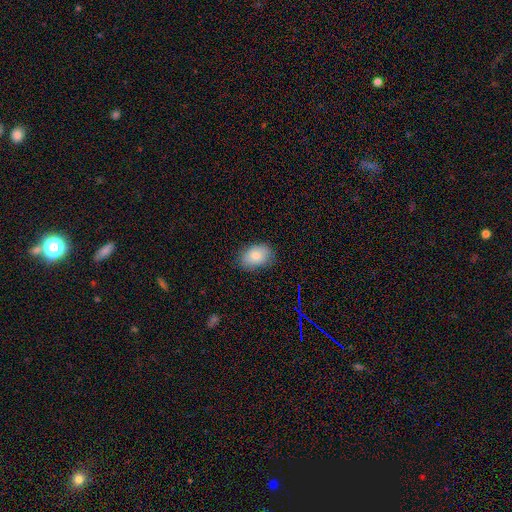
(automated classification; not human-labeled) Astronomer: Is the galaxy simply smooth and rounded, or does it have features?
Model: smooth — 81%.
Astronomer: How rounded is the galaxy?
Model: in between — 83%.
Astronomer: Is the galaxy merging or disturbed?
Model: none — 81%.